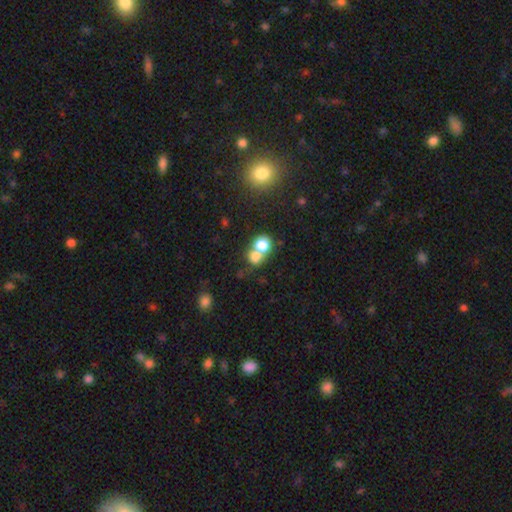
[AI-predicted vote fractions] A smooth galaxy with no disk features (73%) that is round (68%).

Vote fractions:
- Smooth or featured? smooth: 73% / featured or disk: 14% / star or artifact: 13%
- How rounded? round: 68% / in between: 30% / cigar-shaped: 1%
- Merging? merger: 59% / none: 31% / minor disturbance: 6% / major disturbance: 4%